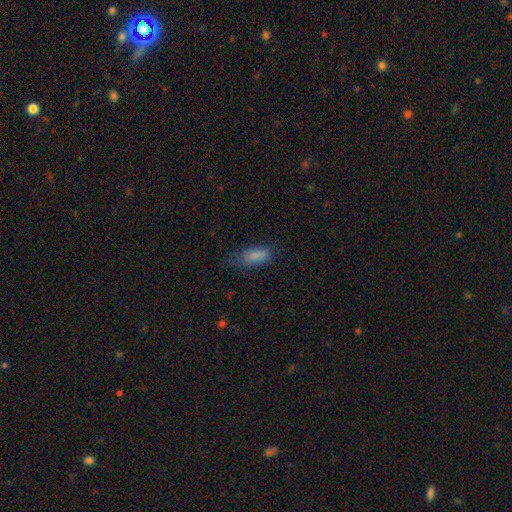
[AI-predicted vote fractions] Overall: smooth (82%). How rounded: in between (79%). Merging: none (57%; minor disturbance 30%).